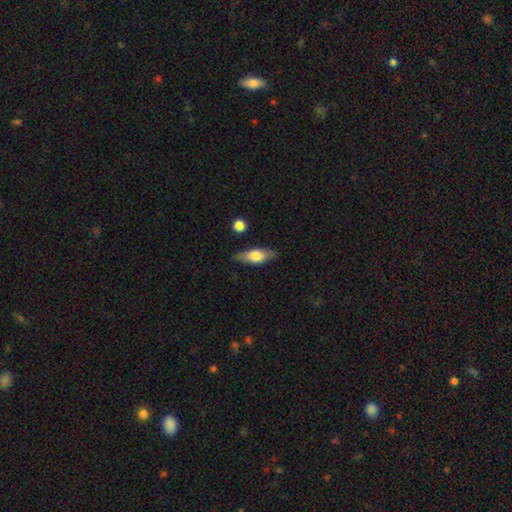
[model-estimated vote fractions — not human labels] smooth 63%, featured or disk 31%, star or artifact 6%. Down the decision tree: how rounded — in between (65%); merging — none (82%).